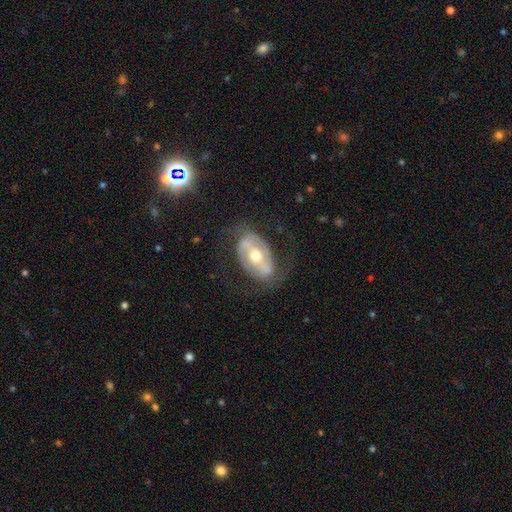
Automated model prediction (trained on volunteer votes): Smooth or featured: featured or disk — 74% (smooth — 20%)
Edge-on disk: no — 94% (yes — 6%)
Bar: strong — 36% (weak — 33%)
Spiral arms: yes — 63% (no — 37%)
Bulge size: moderate — 71% (small — 21%)
Merging: none — 64% (minor disturbance — 18%)